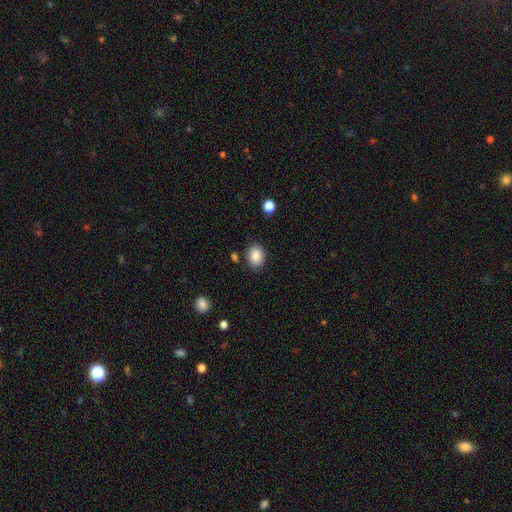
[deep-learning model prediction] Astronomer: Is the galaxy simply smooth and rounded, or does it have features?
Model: smooth — 87%.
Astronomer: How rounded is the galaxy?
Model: in between — 60% (runner-up: round, 39%).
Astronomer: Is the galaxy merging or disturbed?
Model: none — 83%.